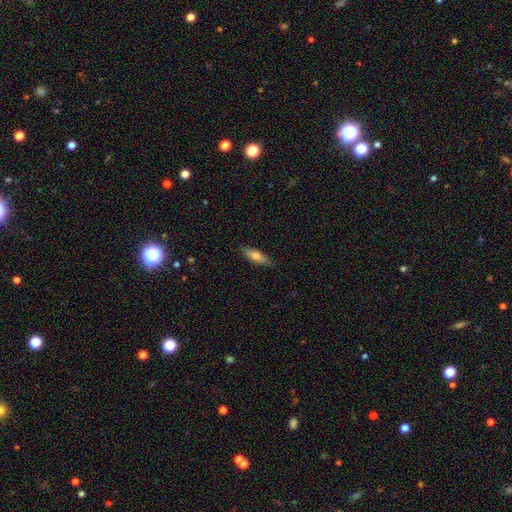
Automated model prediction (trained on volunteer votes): smooth-or-featured: smooth: 74% | featured or disk: 20% | star or artifact: 6%
  how-rounded: cigar-shaped: 49% (tied) | in between: 49% (tied) | round: 2%
  merging: none: 86% | minor disturbance: 11% | major disturbance: 2% | merger: 1%